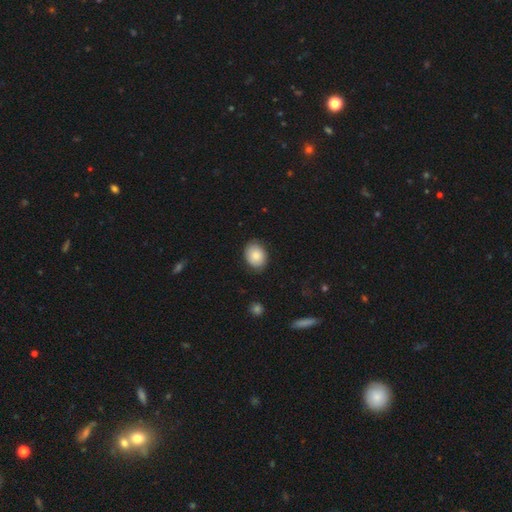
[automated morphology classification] smooth-or-featured: smooth: 84% | featured or disk: 9% | star or artifact: 7%
  how-rounded: in between: 59% | round: 40% | cigar-shaped: 1%
  merging: none: 84% | minor disturbance: 13% | major disturbance: 3% | merger: 1%